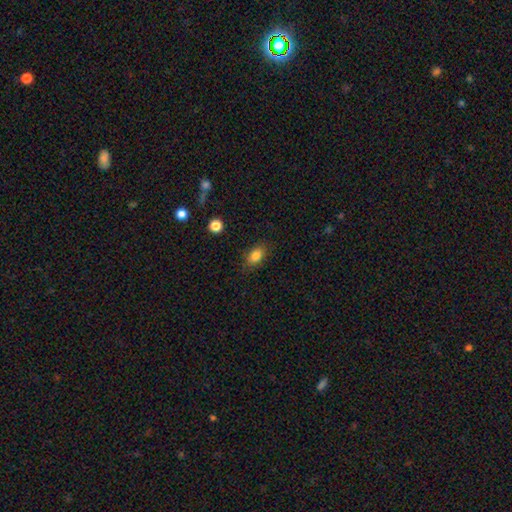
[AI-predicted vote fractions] A smooth galaxy with no disk features (83%) that is in between round and cigar-shaped (85%).

Vote fractions:
- Smooth or featured? smooth: 83% / star or artifact: 9% / featured or disk: 7%
- How rounded? in between: 85% / round: 12% / cigar-shaped: 3%
- Merging? none: 84% / minor disturbance: 11% / major disturbance: 3% / merger: 1%